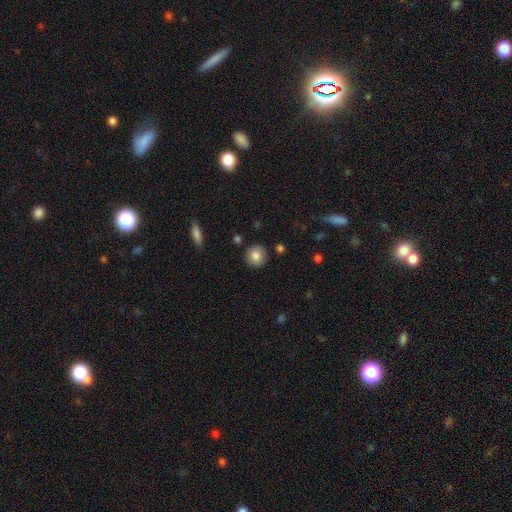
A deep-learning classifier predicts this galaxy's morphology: Smooth or featured? smooth (85%)
How rounded? round (91%)
Merging? none (89%)